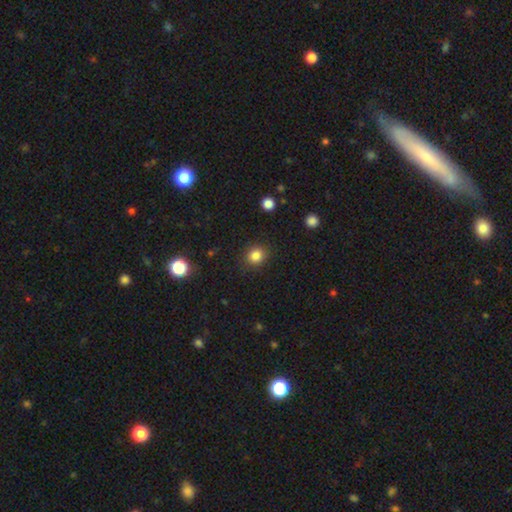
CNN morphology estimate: smooth-or-featured: smooth: 84% | star or artifact: 12% | featured or disk: 5%
  how-rounded: round: 78% | in between: 21% | cigar-shaped: 1%
  merging: none: 89% | minor disturbance: 8% | major disturbance: 3% | merger: 1%